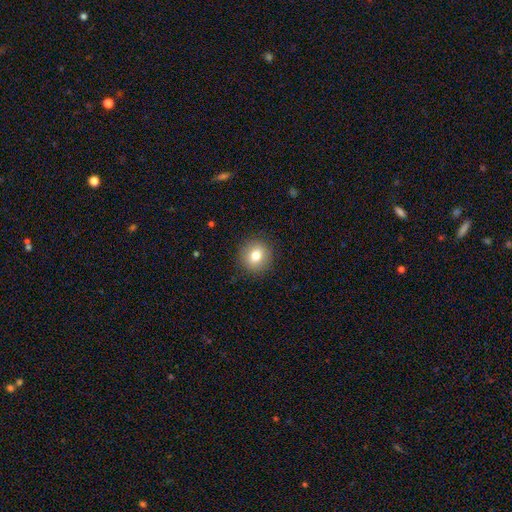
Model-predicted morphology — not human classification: Smooth or featured? Predicted: smooth (p=0.78). How rounded? Predicted: round (p=0.88). Merging? Predicted: none (p=0.90).